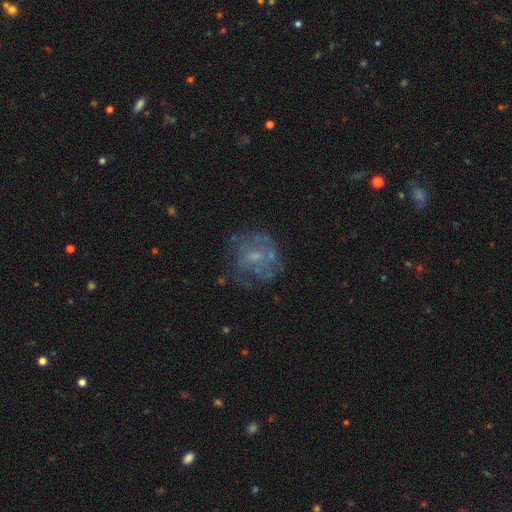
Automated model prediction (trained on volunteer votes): Smooth or featured? Predicted: featured or disk (p=0.57). Edge-on disk? Predicted: no (p=0.98). Bar? Predicted: no (p=0.79). Spiral arms? Predicted: no (p=0.60). Bulge size? Predicted: small (p=0.50). Merging? Predicted: none (p=0.59).